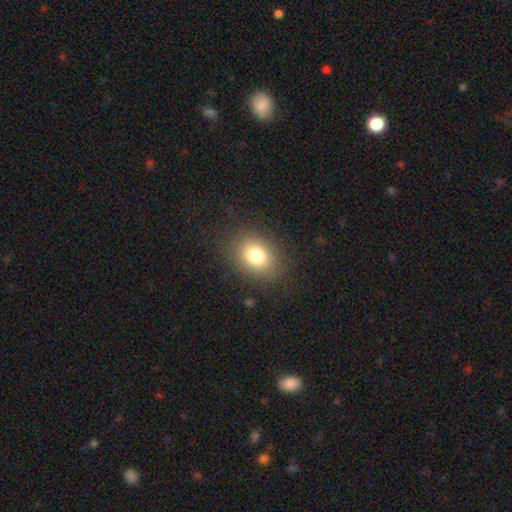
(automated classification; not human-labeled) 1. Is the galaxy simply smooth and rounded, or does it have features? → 78% smooth, 12% star or artifact, 10% featured or disk.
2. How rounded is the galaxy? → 60% in between, 39% round, 1% cigar-shaped.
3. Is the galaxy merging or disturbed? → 84% none, 10% minor disturbance, 5% major disturbance, 1% merger.